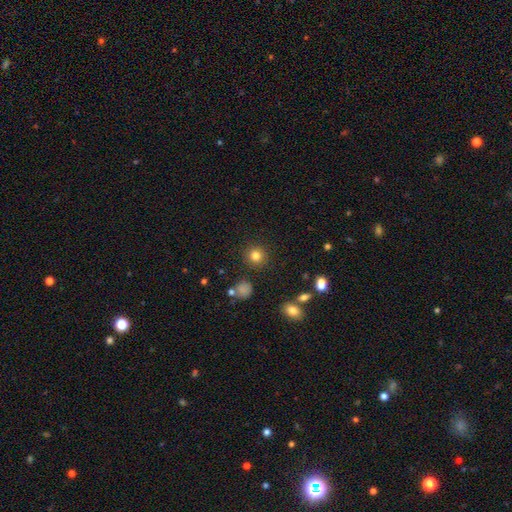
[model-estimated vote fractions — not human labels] smooth 82%, star or artifact 13%, featured or disk 6%. Down the decision tree: how rounded — round (93%); merging — none (90%).